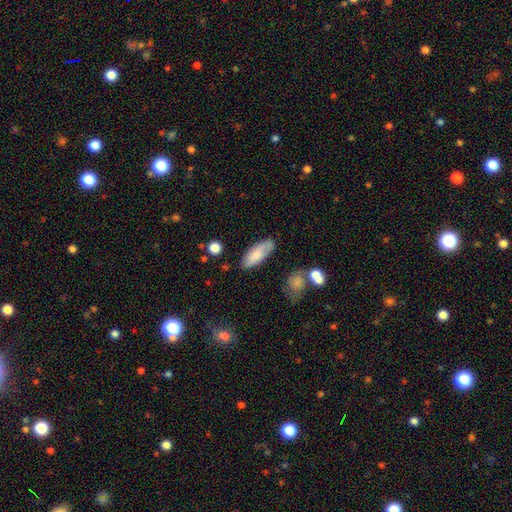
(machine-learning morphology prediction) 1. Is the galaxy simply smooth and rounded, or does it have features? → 80% smooth, 14% featured or disk, 6% star or artifact.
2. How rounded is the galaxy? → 70% in between, 28% cigar-shaped, 2% round.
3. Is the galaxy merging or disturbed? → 75% none, 17% minor disturbance, 4% major disturbance, 4% merger.